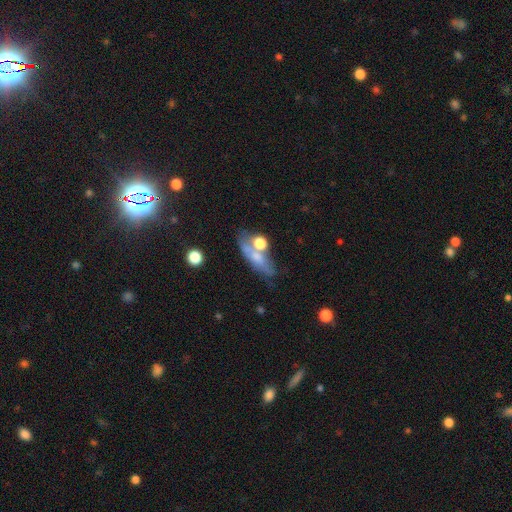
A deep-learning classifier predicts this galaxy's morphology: The model was most divided on "smooth or featured": smooth: 51%, featured or disk: 37%, star or artifact: 12%. More confident: merging — none (51%); how rounded — in between (51%).